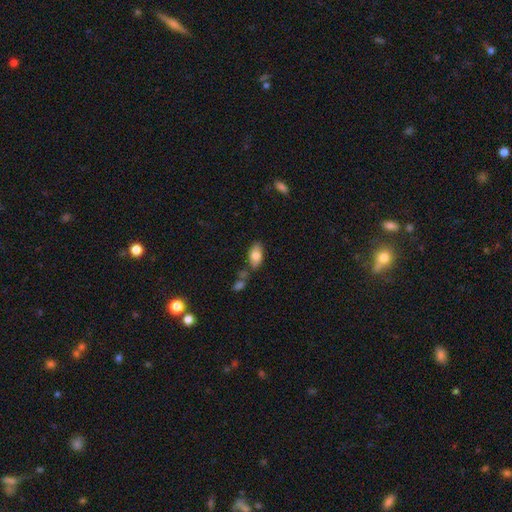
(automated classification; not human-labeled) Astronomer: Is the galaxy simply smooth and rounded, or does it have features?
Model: smooth — 79%.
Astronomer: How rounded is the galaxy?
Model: in between — 91%.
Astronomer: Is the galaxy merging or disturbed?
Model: none — 70%.